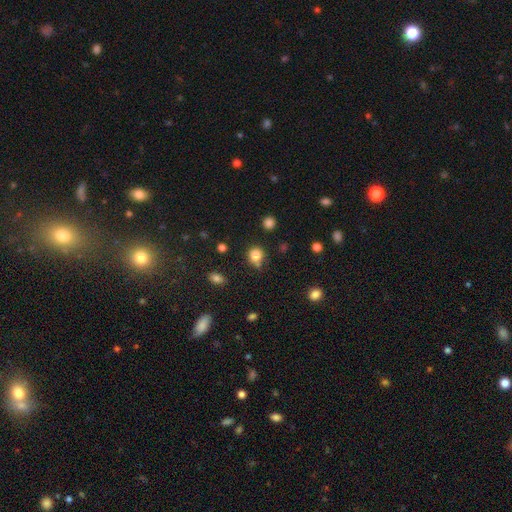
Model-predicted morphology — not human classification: smooth 82%, star or artifact 12%, featured or disk 6%. Down the decision tree: how rounded — round (78%); merging — none (67%).